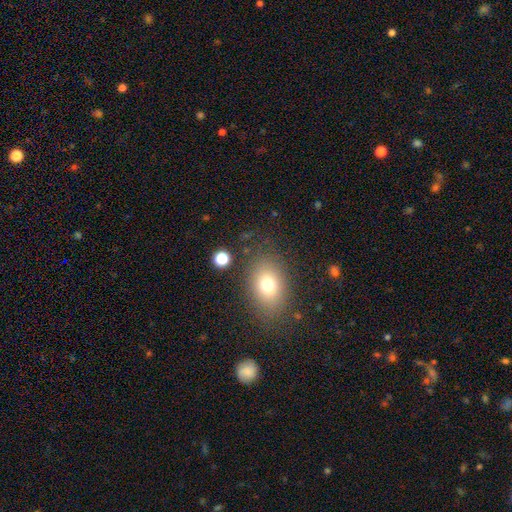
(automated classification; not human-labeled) Overall: smooth (70%). How rounded: in between (77%). Merging: none (83%).